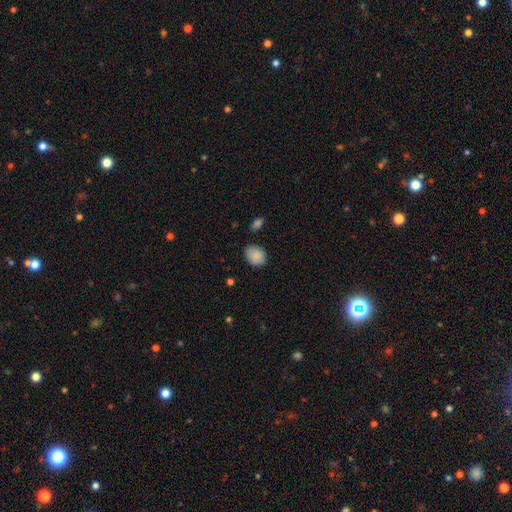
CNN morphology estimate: Smooth or featured? smooth (88%)
How rounded? in between (64%)
Merging? none (78%)